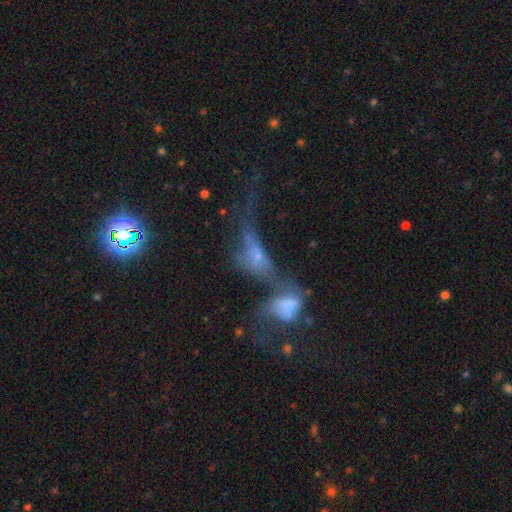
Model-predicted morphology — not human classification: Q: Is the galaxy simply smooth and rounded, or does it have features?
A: featured or disk — 43%.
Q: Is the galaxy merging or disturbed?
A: merger — 67%.